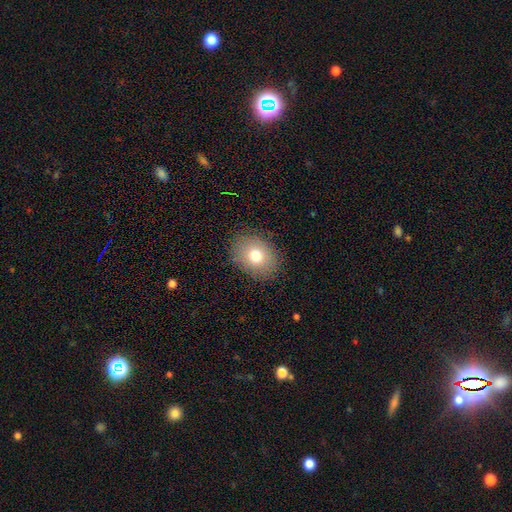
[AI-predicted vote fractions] Smooth or featured? smooth (75%)
How rounded? in between (60%)
Merging? none (87%)